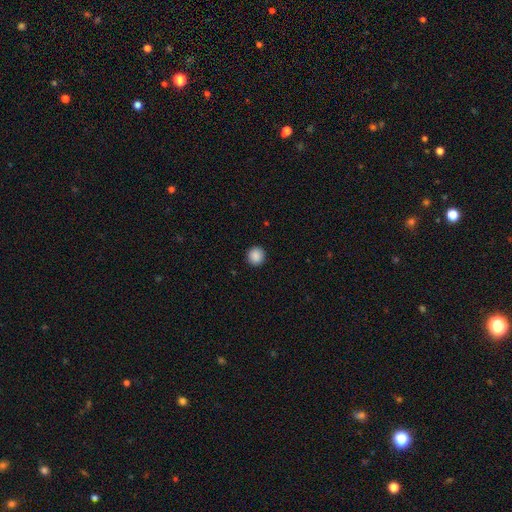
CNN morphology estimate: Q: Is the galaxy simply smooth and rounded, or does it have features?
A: smooth — 89%.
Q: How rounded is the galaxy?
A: round — 92%.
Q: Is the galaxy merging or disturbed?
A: none — 92%.